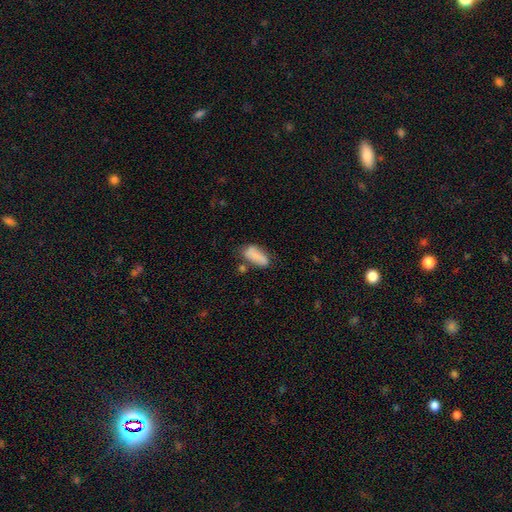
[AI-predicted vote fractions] Smooth or featured: smooth — 79% (featured or disk — 13%)
How rounded: in between — 83% (cigar-shaped — 14%)
Merging: none — 54% (minor disturbance — 25%)